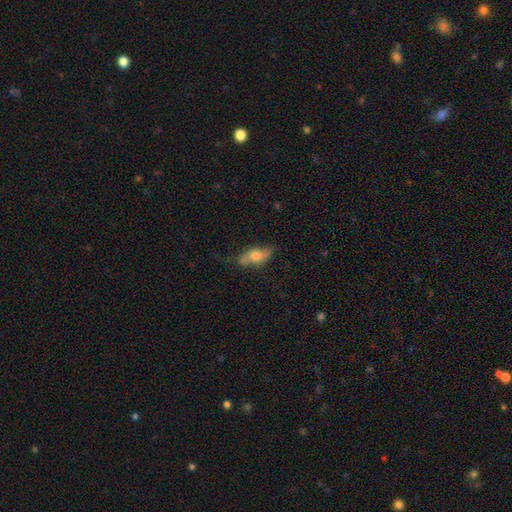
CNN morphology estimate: Q: Smooth or featured?
A: smooth (52%); runner-up: featured or disk (40%)
Q: How rounded?
A: in between (68%); runner-up: cigar-shaped (27%)
Q: Merging?
A: none (65%); runner-up: minor disturbance (24%)